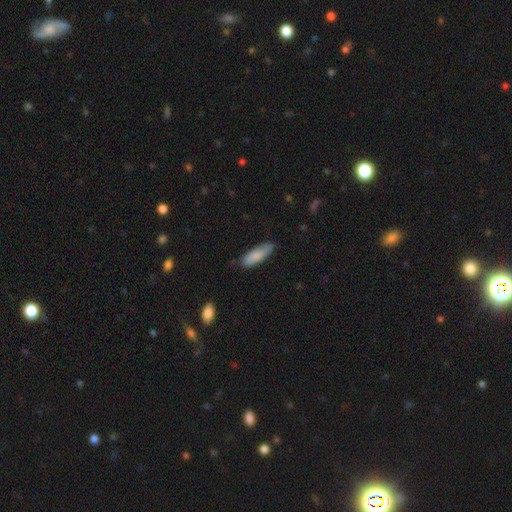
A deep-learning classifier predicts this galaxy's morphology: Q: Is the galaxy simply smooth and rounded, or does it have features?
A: smooth — 85%.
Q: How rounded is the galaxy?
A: cigar-shaped — 51%.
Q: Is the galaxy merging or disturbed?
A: none — 75%.